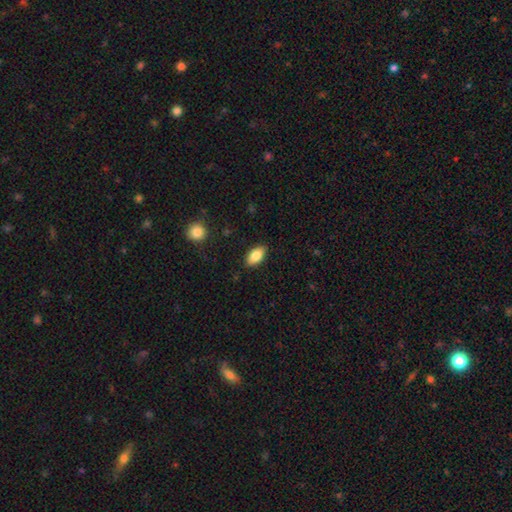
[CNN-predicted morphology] Q: Smooth or featured?
A: smooth (84%); runner-up: featured or disk (8%)
Q: How rounded?
A: in between (93%); runner-up: cigar-shaped (4%)
Q: Merging?
A: none (87%); runner-up: minor disturbance (10%)